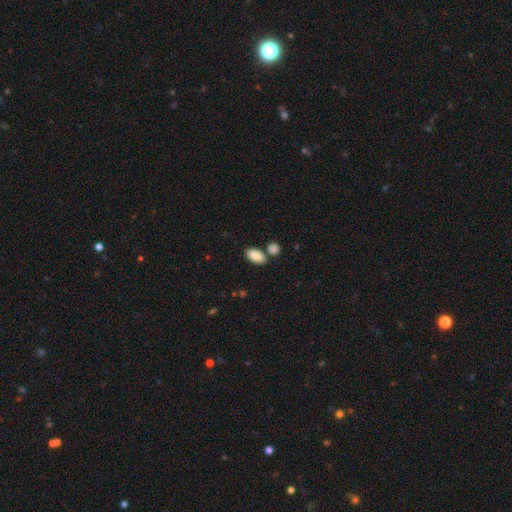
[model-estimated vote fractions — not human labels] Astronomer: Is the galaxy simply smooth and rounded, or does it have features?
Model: smooth — 87%.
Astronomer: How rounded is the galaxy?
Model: in between — 93%.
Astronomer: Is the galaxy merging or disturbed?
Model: none — 69%.